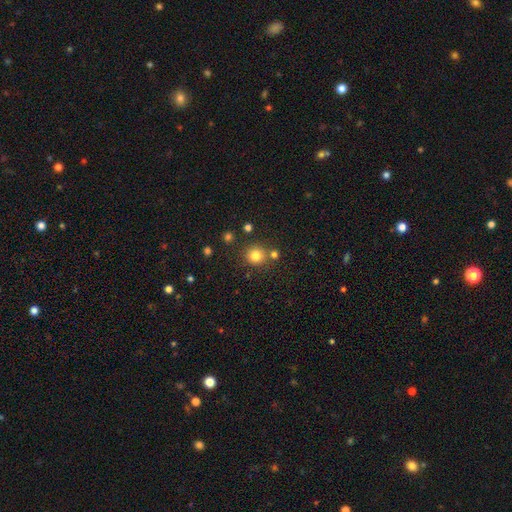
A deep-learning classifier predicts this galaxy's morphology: This is likely a smooth galaxy (80%). How rounded: clearly round (90%). Merging: likely none (76%).